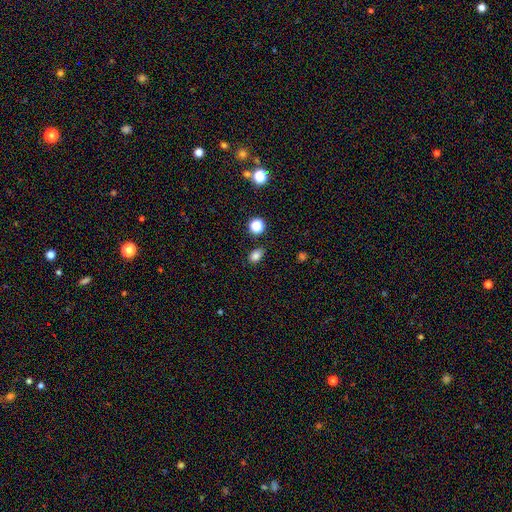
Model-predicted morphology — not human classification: Smooth or featured: smooth — 81% (star or artifact — 14%)
How rounded: in between — 75% (round — 23%)
Merging: none — 82% (minor disturbance — 13%)